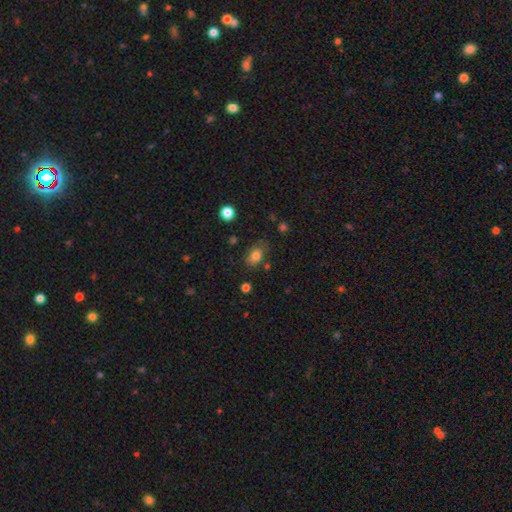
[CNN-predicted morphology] Smooth or featured? smooth (80%)
How rounded? in between (78%)
Merging? none (71%)